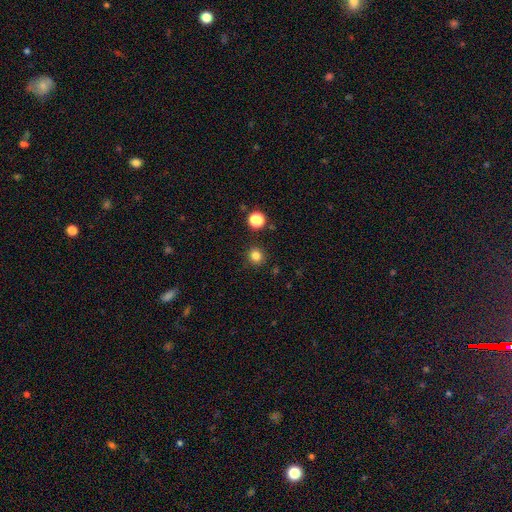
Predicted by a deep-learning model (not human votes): smooth-or-featured: smooth: 82% | star or artifact: 14% | featured or disk: 4%
  how-rounded: round: 91% | in between: 8% | cigar-shaped: 1%
  merging: none: 90% | minor disturbance: 6% | major disturbance: 2% | merger: 2%